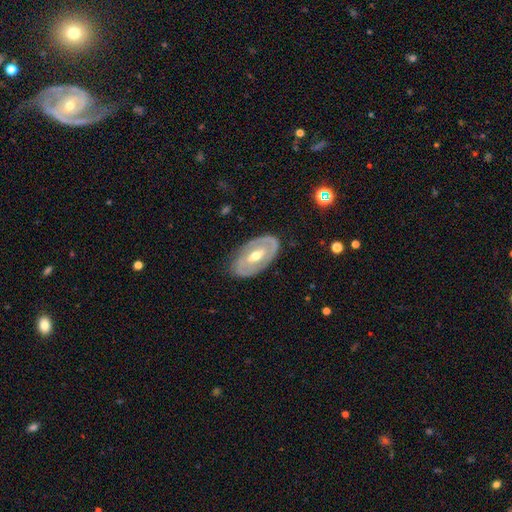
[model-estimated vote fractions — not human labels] Morphology: type=featured or disk (75%); edge-on=no (92%); bar=no (40%); spiral arms=yes (59%); bulge=moderate (66%); merging=none (81%).